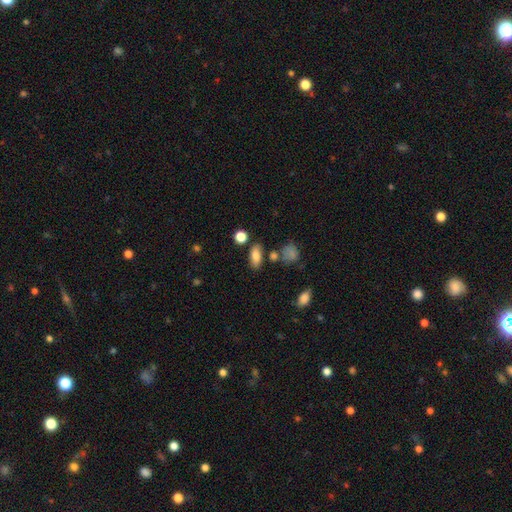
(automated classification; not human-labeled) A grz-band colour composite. It shows a smooth galaxy with no disk features (83%) that is in between round and cigar-shaped (84%). Merging: none (76%).